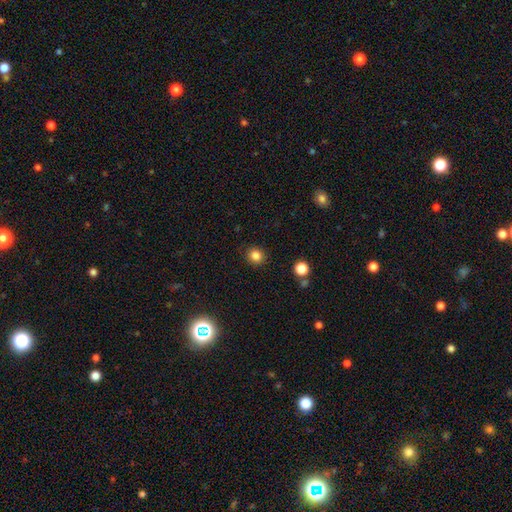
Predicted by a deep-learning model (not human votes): Smooth or featured: smooth — 83% (star or artifact — 12%)
How rounded: round — 86% (in between — 13%)
Merging: none — 90% (minor disturbance — 7%)